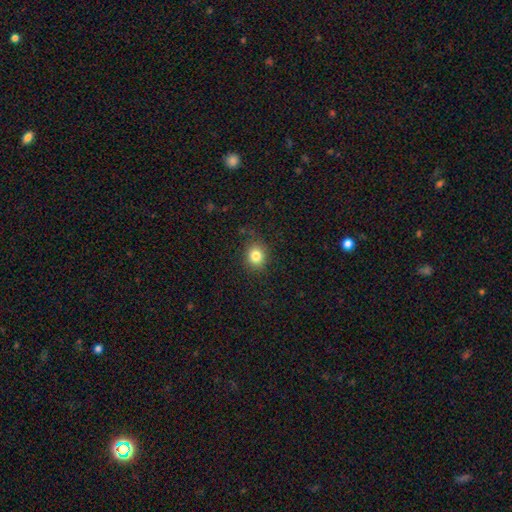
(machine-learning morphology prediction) Smooth or featured? Predicted: smooth (p=0.82). How rounded? Predicted: round (p=0.74). Merging? Predicted: none (p=0.87).